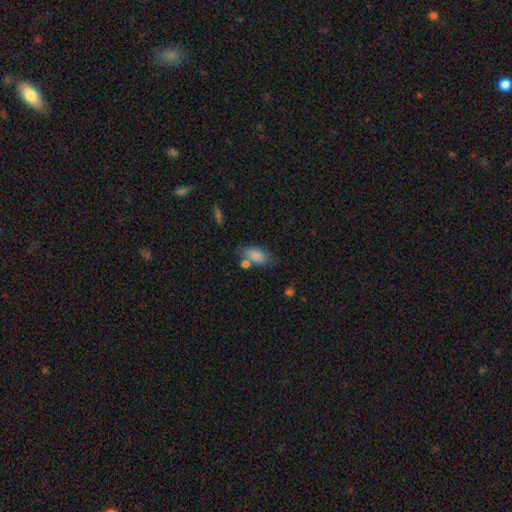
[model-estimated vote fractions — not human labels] A smooth galaxy with no disk features (85%) that is in between round and cigar-shaped (89%).

Vote fractions:
- Smooth or featured? smooth: 85% / star or artifact: 8% / featured or disk: 8%
- How rounded? in between: 89% / cigar-shaped: 6% / round: 5%
- Merging? none: 60% / minor disturbance: 20% / merger: 14% / major disturbance: 7%